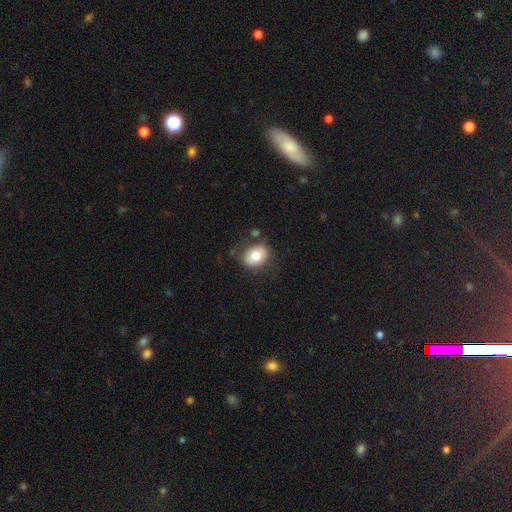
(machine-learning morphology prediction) A smooth galaxy with no disk features (78%) that is in between round and cigar-shaped (56%).

Vote fractions:
- Smooth or featured? smooth: 78% / featured or disk: 14% / star or artifact: 8%
- How rounded? in between: 56% / round: 43% / cigar-shaped: 1%
- Merging? none: 76% / minor disturbance: 15% / major disturbance: 5% / merger: 4%